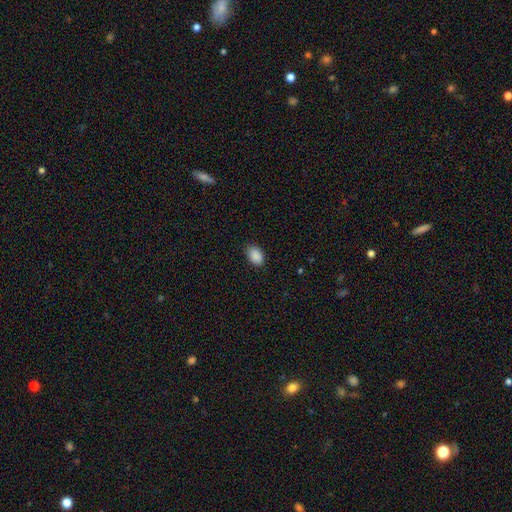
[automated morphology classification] Smooth or featured? smooth (90%)
How rounded? in between (88%)
Merging? none (86%)